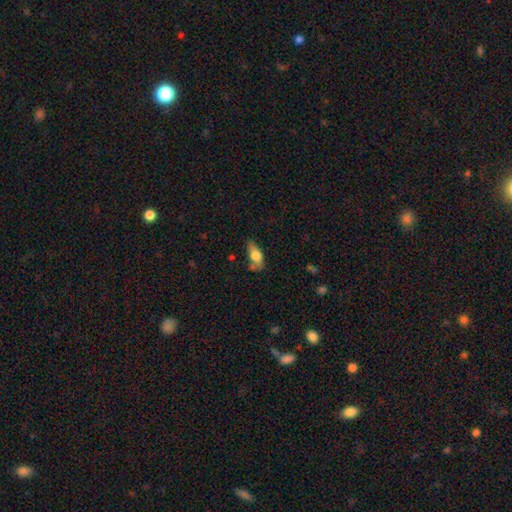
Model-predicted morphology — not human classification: Smooth or featured: smooth — 68% (featured or disk — 25%)
How rounded: in between — 79% (cigar-shaped — 16%)
Merging: none — 49% (minor disturbance — 31%)